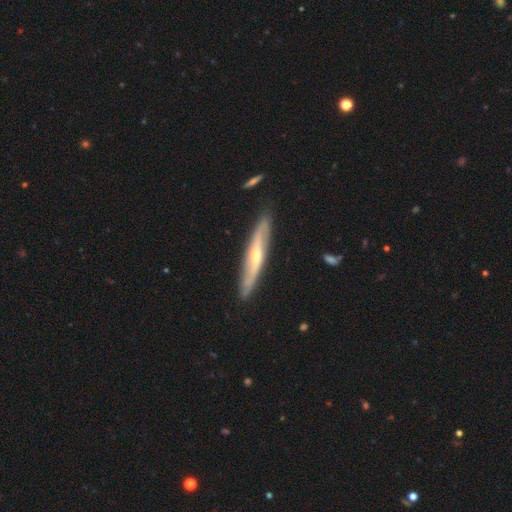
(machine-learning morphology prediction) This appears to be a featured or disk galaxy (72%) viewed edge-on (68%). Merging: none (85%).